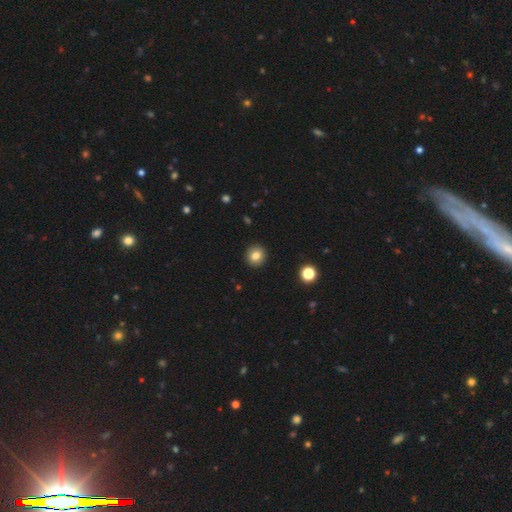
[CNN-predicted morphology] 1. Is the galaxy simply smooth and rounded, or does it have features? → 82% smooth, 10% star or artifact, 8% featured or disk.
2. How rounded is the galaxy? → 90% round, 9% in between, 1% cigar-shaped.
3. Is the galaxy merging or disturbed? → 93% none, 5% minor disturbance, 2% major disturbance, 1% merger.